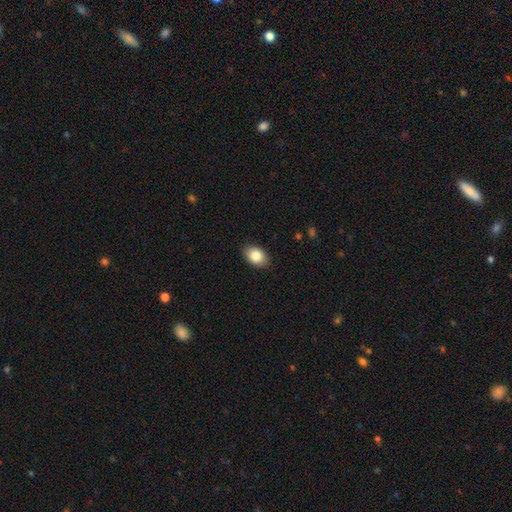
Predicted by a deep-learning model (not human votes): Smooth or featured?
  - smooth: 85% *
  - featured or disk: 8%
  - star or artifact: 7%
How rounded?
  - in between: 85% *
  - round: 14%
  - cigar-shaped: 1%
Merging?
  - none: 88% *
  - minor disturbance: 9%
  - major disturbance: 2%
  - merger: 1%